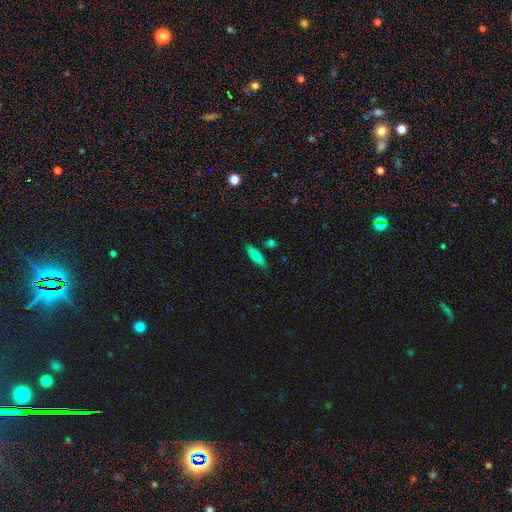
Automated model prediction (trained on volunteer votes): smooth 63%, featured or disk 30%, star or artifact 7%. Down the decision tree: how rounded — cigar-shaped (63%); merging — none (81%).